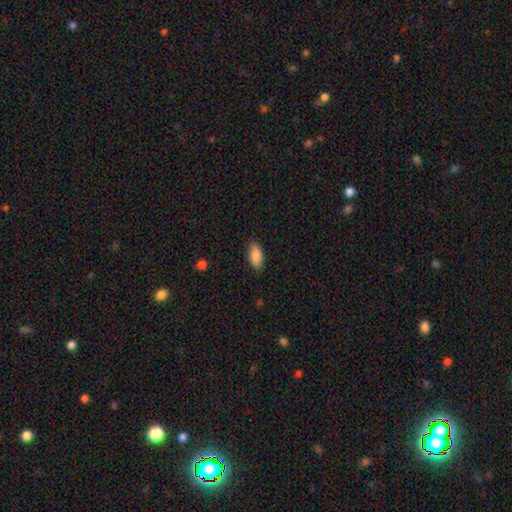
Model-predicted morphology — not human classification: This is clearly a smooth galaxy (88%). How rounded: clearly in between (91%). Merging: clearly none (85%).